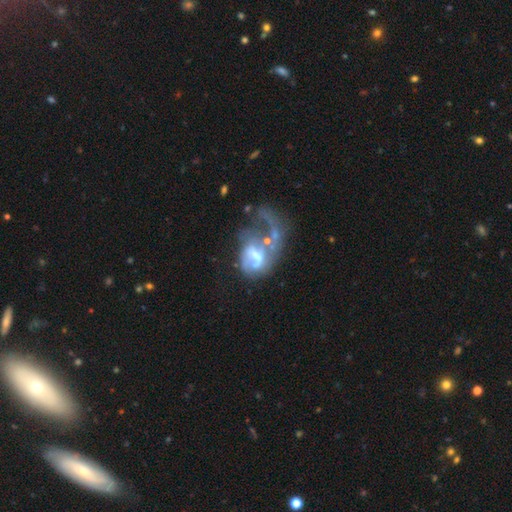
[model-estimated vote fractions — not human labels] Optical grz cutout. It shows a featured or disk galaxy (67%) with no bar (48%), spiral arms (51%) and a moderate central bulge (40%). Merging: major disturbance (52%).